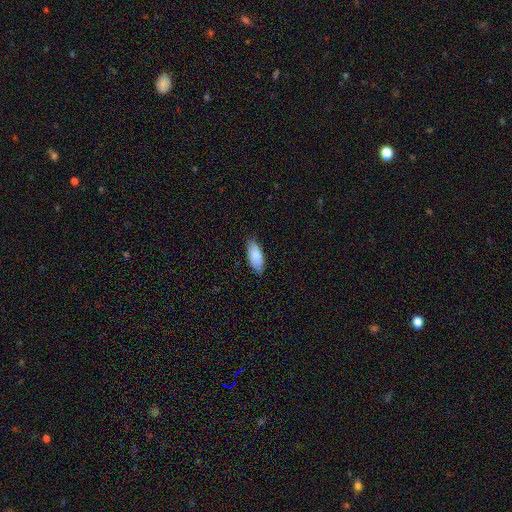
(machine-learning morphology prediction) This appears to be a smooth galaxy with no disk features (87%) that is in between round and cigar-shaped (83%). Merging: none (83%).